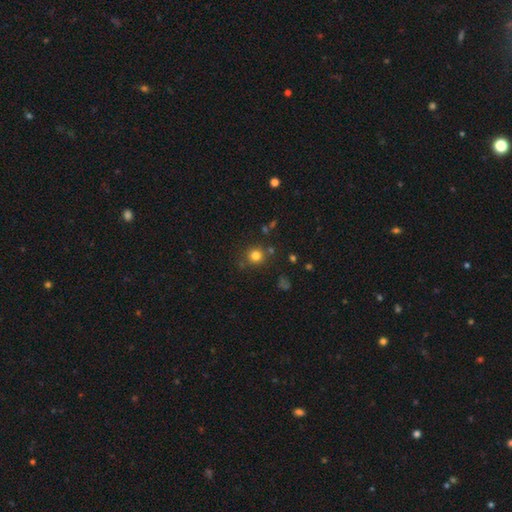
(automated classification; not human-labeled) smooth_or_featured: smooth (p=0.80) [alt: star or artifact p=0.14]
how_rounded: round (p=0.89) [alt: in between p=0.10]
merging: none (p=0.81) [alt: minor disturbance p=0.10]